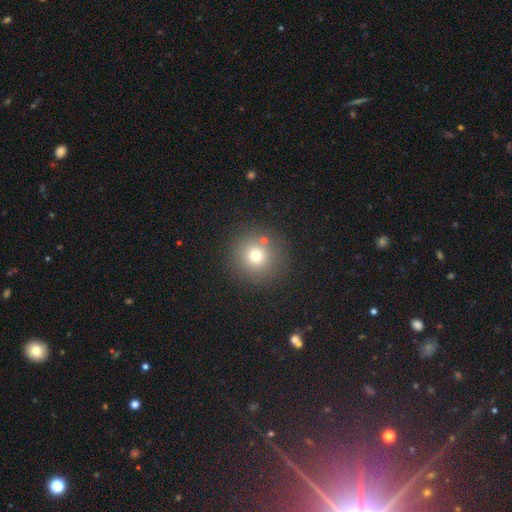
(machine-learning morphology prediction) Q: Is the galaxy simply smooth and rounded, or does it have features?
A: smooth — 72%.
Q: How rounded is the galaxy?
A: round — 95%.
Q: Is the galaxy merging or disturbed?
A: none — 86%.